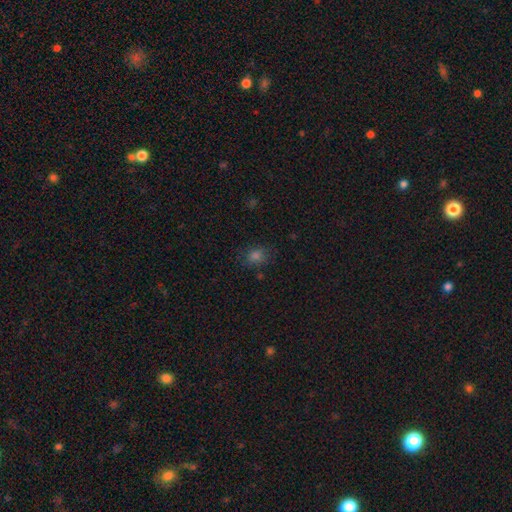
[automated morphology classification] The model was most divided on "how rounded": in between: 51%, round: 48%, cigar-shaped: 1%. More confident: merging — none (78%); smooth or featured — smooth (73%).